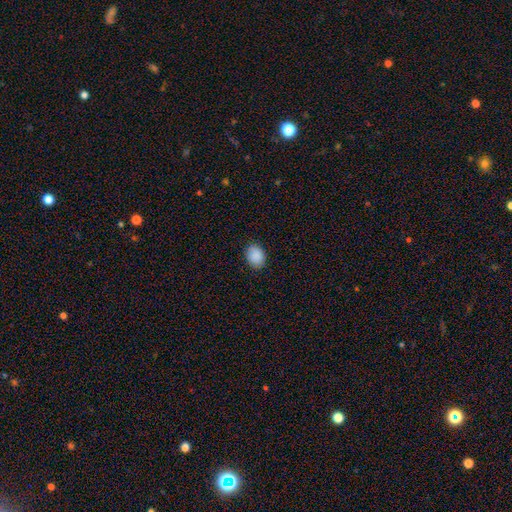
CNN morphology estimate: A smooth galaxy with no disk features (90%) that is in between round and cigar-shaped (60%).

Vote fractions:
- Smooth or featured? smooth: 90% / star or artifact: 7% / featured or disk: 3%
- How rounded? in between: 60% / round: 39% / cigar-shaped: 1%
- Merging? none: 87% / minor disturbance: 9% / major disturbance: 2% / merger: 1%